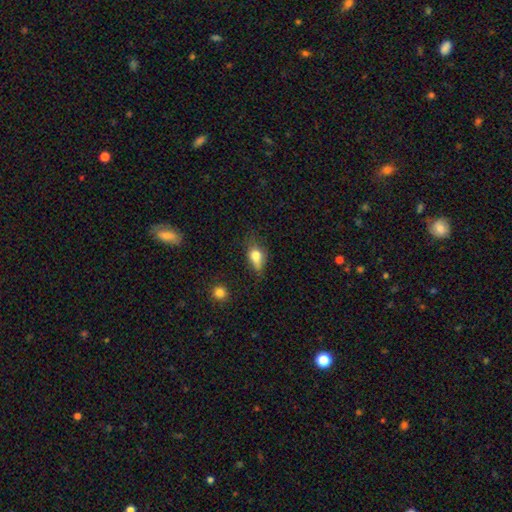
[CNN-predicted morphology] A smooth galaxy with no disk features (73%) that is in between round and cigar-shaped (74%). Merging: none (38%).